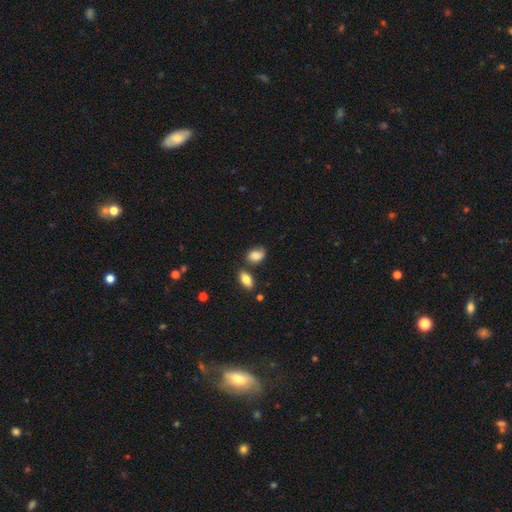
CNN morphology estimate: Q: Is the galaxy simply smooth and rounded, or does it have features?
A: smooth — 83%.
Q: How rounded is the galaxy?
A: in between — 85%.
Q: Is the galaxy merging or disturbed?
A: none — 63%.